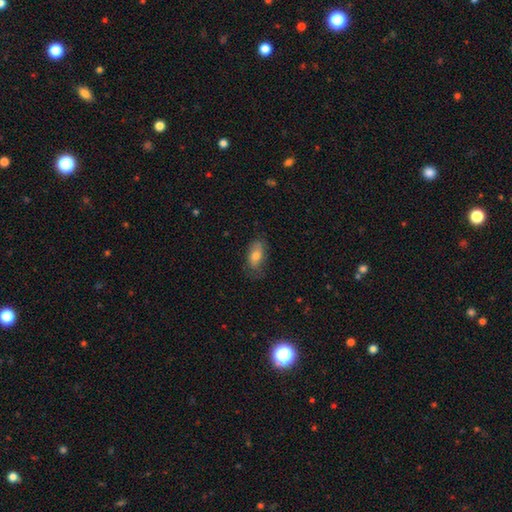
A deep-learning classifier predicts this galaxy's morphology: A smooth galaxy with no disk features (70%) that is in between round and cigar-shaped (87%). Merging: none (68%).